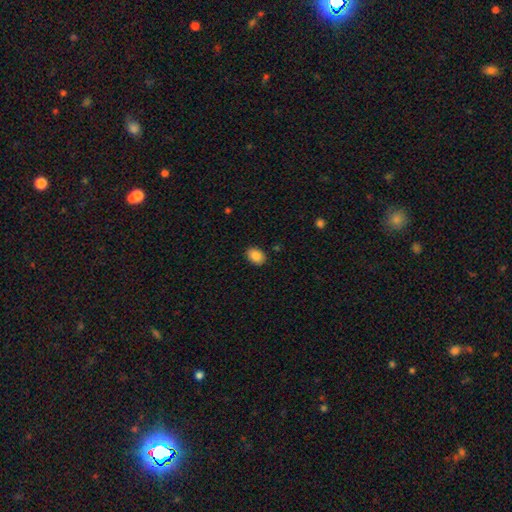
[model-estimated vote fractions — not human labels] smooth_or_featured: smooth (p=0.87) [alt: star or artifact p=0.08]
how_rounded: in between (p=0.73) [alt: round p=0.26]
merging: none (p=0.88) [alt: minor disturbance p=0.09]